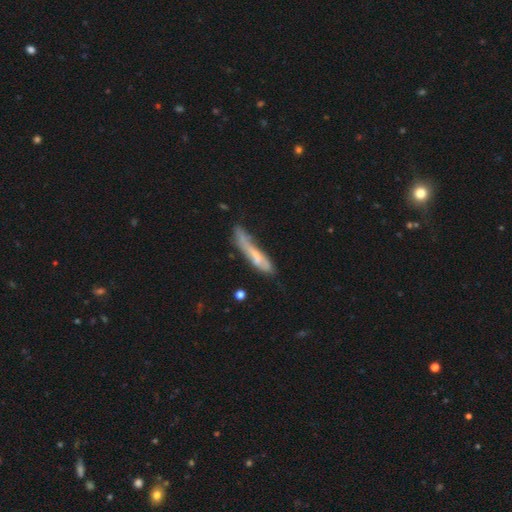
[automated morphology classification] A smooth galaxy with no disk features (49%).

Vote fractions:
- Smooth or featured? smooth: 49% / featured or disk: 44% / star or artifact: 8%
- Merging? none: 42% / minor disturbance: 31% / major disturbance: 18% / merger: 8%